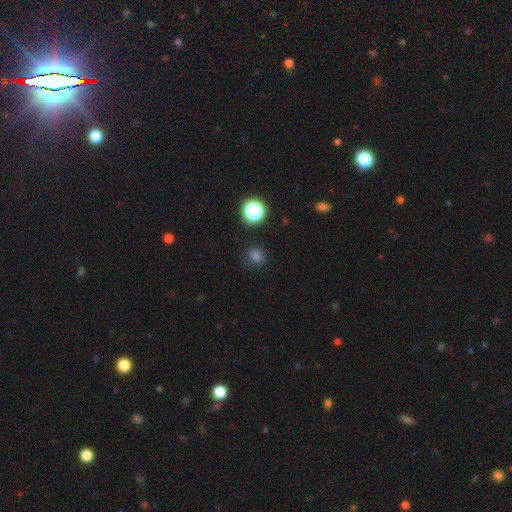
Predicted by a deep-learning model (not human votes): smooth 75%, star or artifact 20%, featured or disk 5%. Down the decision tree: how rounded — round (75%); merging — none (82%).